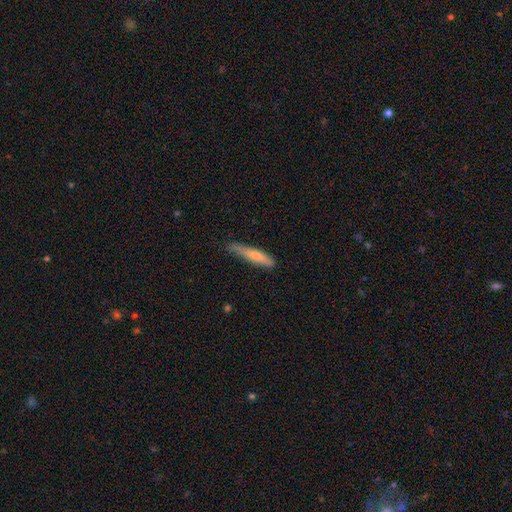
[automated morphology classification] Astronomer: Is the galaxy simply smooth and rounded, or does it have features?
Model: smooth — 74%.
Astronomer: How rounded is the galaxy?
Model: cigar-shaped — 86%.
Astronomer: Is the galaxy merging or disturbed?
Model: none — 62%.